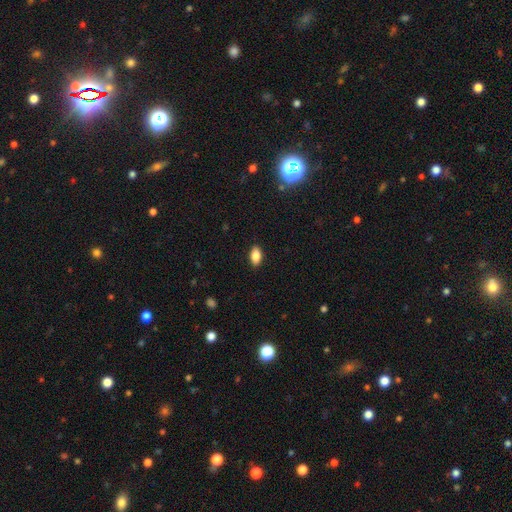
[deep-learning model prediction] Morphology: type=smooth (86%); roundness=in between (91%); merging=none (89%).